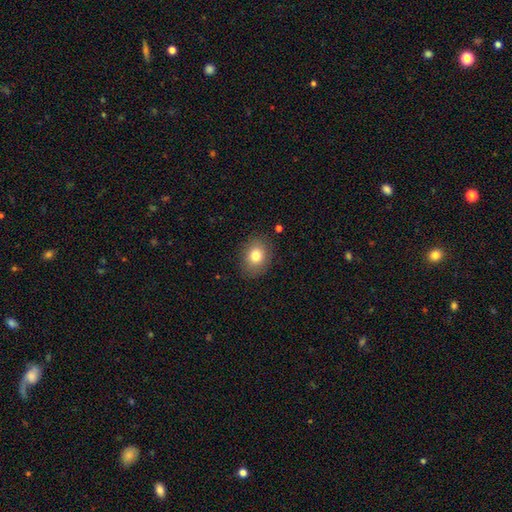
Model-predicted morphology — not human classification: smooth 81%, featured or disk 10%, star or artifact 9%. Down the decision tree: how rounded — in between (51%); merging — none (85%).